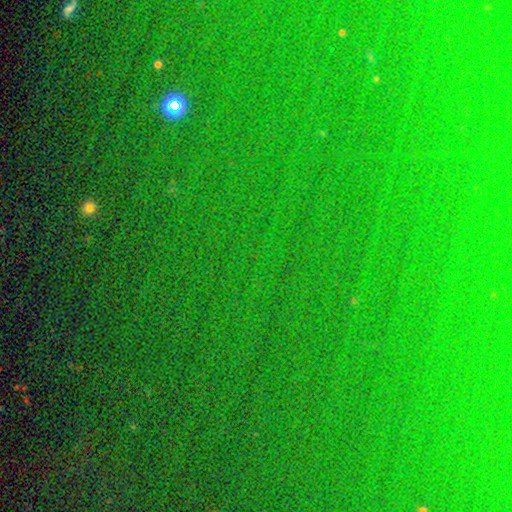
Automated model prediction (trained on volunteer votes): This is likely a star or artifact rather than a galaxy (79%).